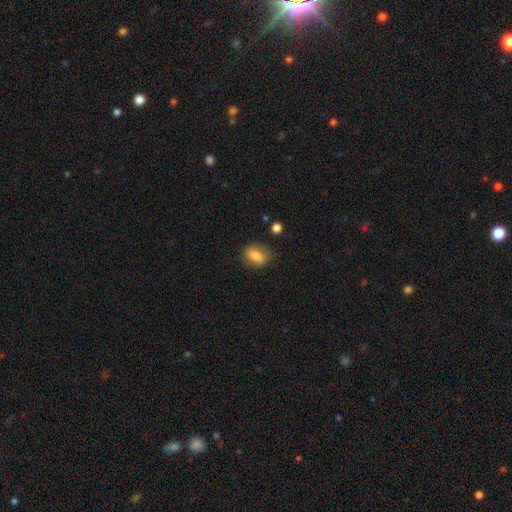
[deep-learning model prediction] smooth 79%, featured or disk 13%, star or artifact 8%. Down the decision tree: how rounded — in between (70%); merging — none (78%).